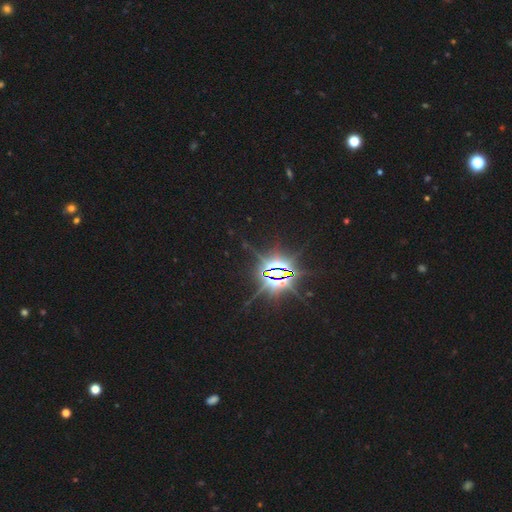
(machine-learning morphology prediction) The model was most divided on "smooth or featured": star or artifact: 88%, smooth: 7%, featured or disk: 6%.